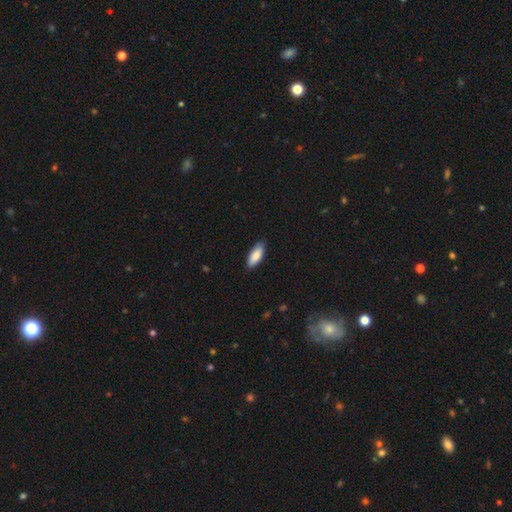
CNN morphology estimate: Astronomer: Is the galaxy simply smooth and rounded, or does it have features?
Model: smooth — 87%.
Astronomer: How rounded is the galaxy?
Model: in between — 74%.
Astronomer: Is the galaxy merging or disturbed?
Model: none — 85%.